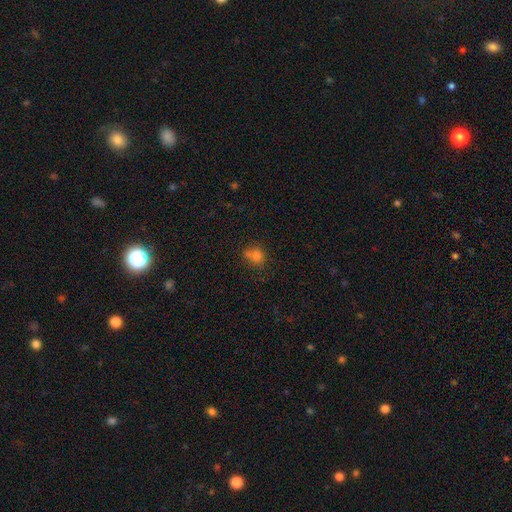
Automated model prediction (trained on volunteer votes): Smooth or featured? smooth (74%)
How rounded? round (69%)
Merging? none (49%)